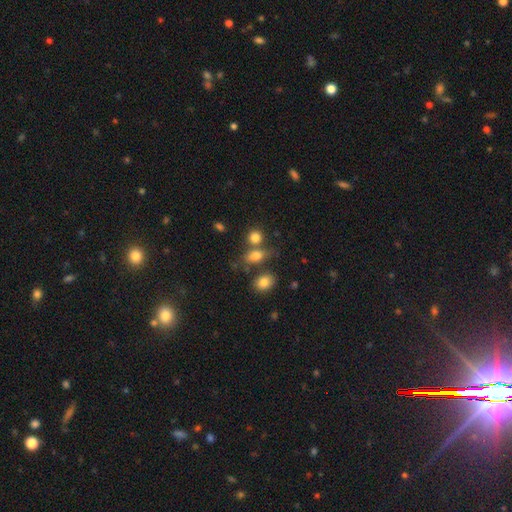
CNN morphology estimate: Q: Smooth or featured?
A: smooth (79%); runner-up: star or artifact (11%)
Q: How rounded?
A: in between (65%); runner-up: round (30%)
Q: Merging?
A: none (55%); runner-up: merger (26%)